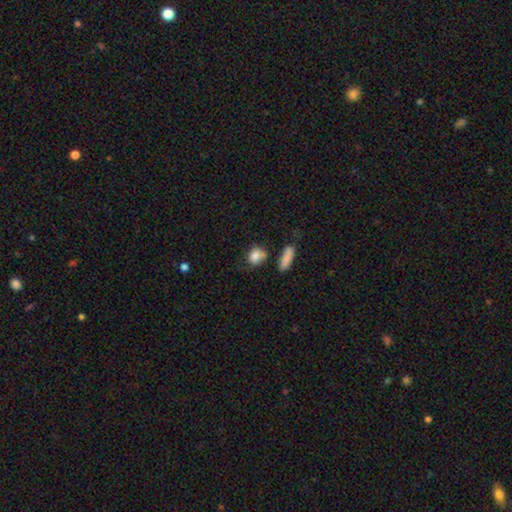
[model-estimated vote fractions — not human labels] smooth_or_featured: smooth (p=0.83) [alt: star or artifact p=0.09]
how_rounded: in between (p=0.51) [alt: round p=0.46]
merging: none (p=0.51) [alt: minor disturbance p=0.25]